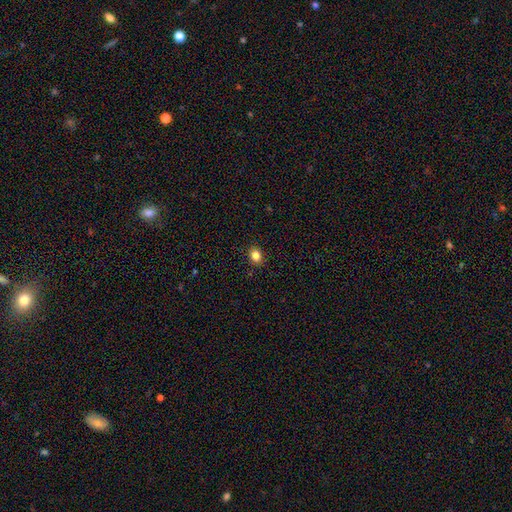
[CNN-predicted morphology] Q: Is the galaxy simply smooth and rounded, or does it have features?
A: smooth — 84%.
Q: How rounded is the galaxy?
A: round — 51%.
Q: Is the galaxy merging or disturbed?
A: none — 90%.